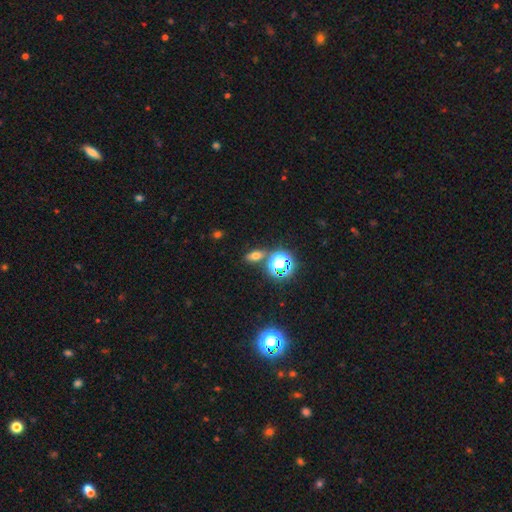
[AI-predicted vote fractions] A smooth galaxy with no disk features (57%) that is in between round and cigar-shaped (73%).

Vote fractions:
- Smooth or featured? smooth: 57% / star or artifact: 30% / featured or disk: 13%
- How rounded? in between: 73% / round: 17% / cigar-shaped: 10%
- Merging? none: 79% / minor disturbance: 9% / merger: 8% / major disturbance: 3%